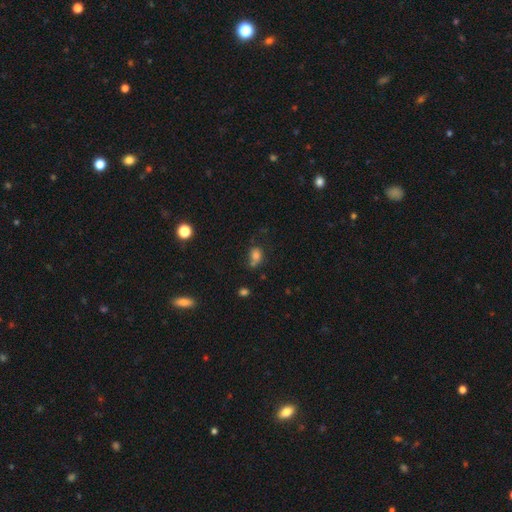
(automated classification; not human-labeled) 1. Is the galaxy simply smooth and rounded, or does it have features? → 75% smooth, 15% star or artifact, 10% featured or disk.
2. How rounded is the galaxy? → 61% in between, 37% round, 2% cigar-shaped.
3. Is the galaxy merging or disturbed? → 44% none, 23% minor disturbance, 22% merger, 12% major disturbance.